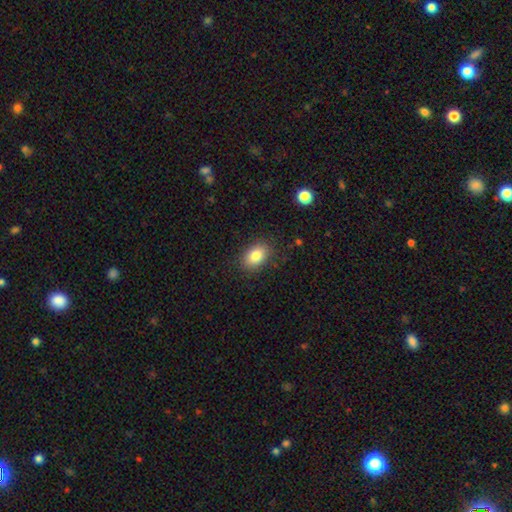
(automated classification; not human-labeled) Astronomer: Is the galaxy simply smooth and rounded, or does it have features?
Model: smooth — 84%.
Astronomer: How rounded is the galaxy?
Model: in between — 84%.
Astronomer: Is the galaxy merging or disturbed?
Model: none — 86%.